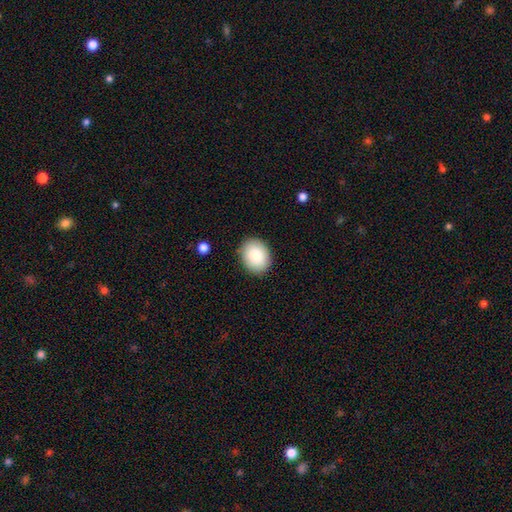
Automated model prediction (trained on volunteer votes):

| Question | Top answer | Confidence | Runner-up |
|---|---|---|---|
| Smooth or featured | smooth | 85% | featured or disk (8%) |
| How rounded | in between | 54% | round (45%) |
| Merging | none | 88% | minor disturbance (9%) |